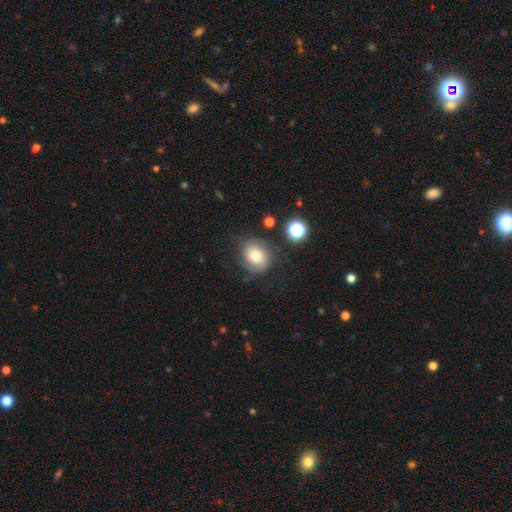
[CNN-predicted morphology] smooth-or-featured: smooth: 56% | featured or disk: 32% | star or artifact: 12%
  how-rounded: round: 53% | in between: 46% | cigar-shaped: 1%
  merging: none: 65% | minor disturbance: 21% | major disturbance: 11% | merger: 3%